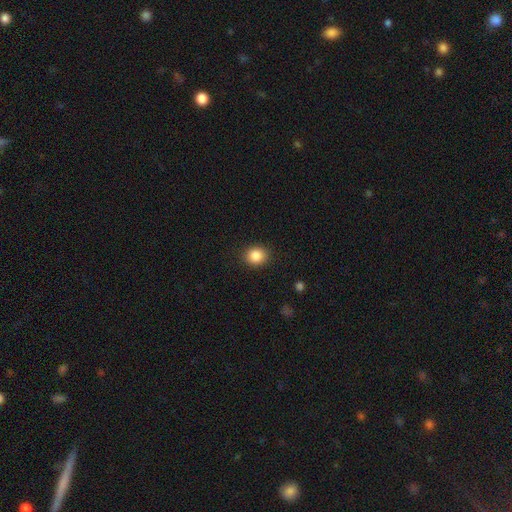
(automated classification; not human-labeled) Smooth or featured: smooth — 87% (star or artifact — 9%)
How rounded: round — 71% (in between — 28%)
Merging: none — 89% (minor disturbance — 8%)